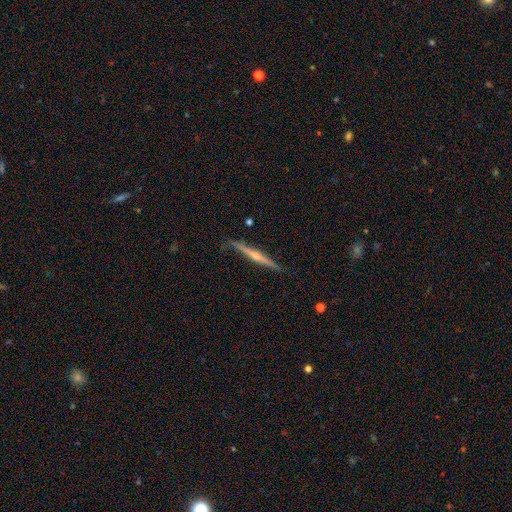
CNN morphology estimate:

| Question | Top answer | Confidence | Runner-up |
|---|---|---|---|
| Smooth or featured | featured or disk | 76% | smooth (19%) |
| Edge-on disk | yes | 98% | no (2%) |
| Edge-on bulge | rounded | 80% | none (15%) |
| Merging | none | 85% | minor disturbance (12%) |